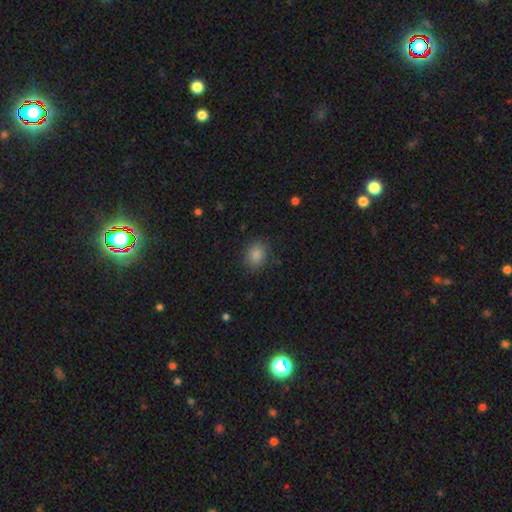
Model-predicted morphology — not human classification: Smooth or featured: smooth — 84% (star or artifact — 11%)
How rounded: in between — 59% (round — 40%)
Merging: none — 84% (minor disturbance — 11%)